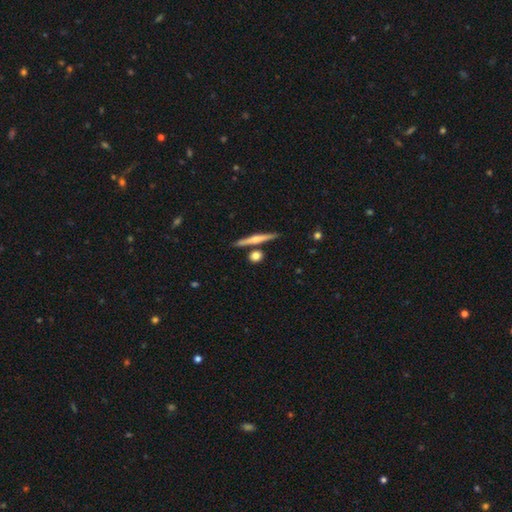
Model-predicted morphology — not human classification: type=smooth (67%); roundness=round (46%); merging=none (76%).